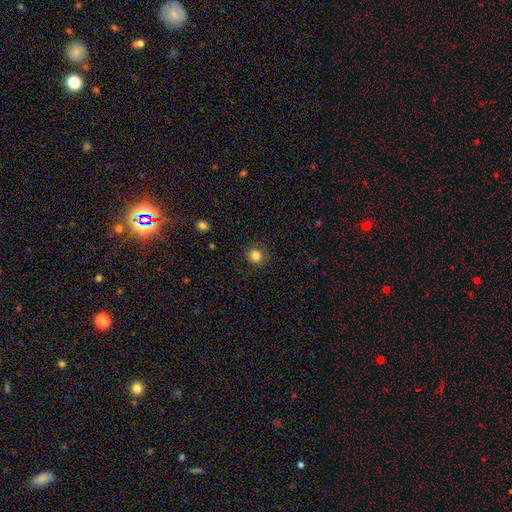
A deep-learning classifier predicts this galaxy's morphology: type=smooth (83%); roundness=round (92%); merging=none (89%).